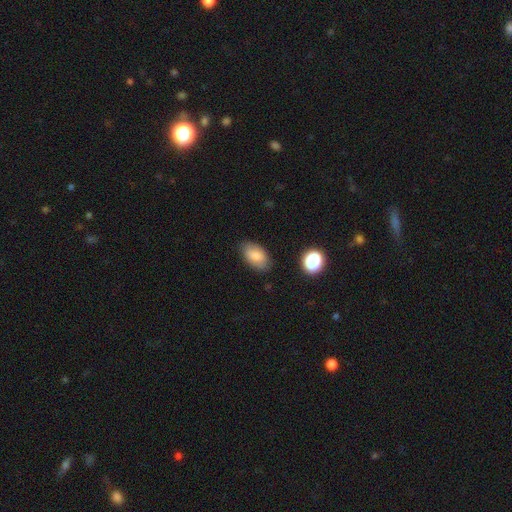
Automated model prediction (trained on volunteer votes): A smooth galaxy with no disk features (79%) that is in between round and cigar-shaped (92%).

Vote fractions:
- Smooth or featured? smooth: 79% / featured or disk: 13% / star or artifact: 9%
- How rounded? in between: 92% / round: 6% / cigar-shaped: 2%
- Merging? none: 81% / minor disturbance: 14% / major disturbance: 3% / merger: 2%